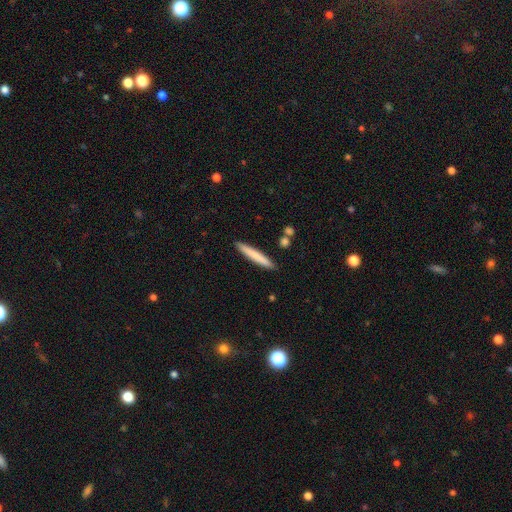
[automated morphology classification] Q: Smooth or featured?
A: smooth (75%); runner-up: featured or disk (19%)
Q: How rounded?
A: cigar-shaped (95%); runner-up: in between (4%)
Q: Merging?
A: none (90%); runner-up: minor disturbance (7%)